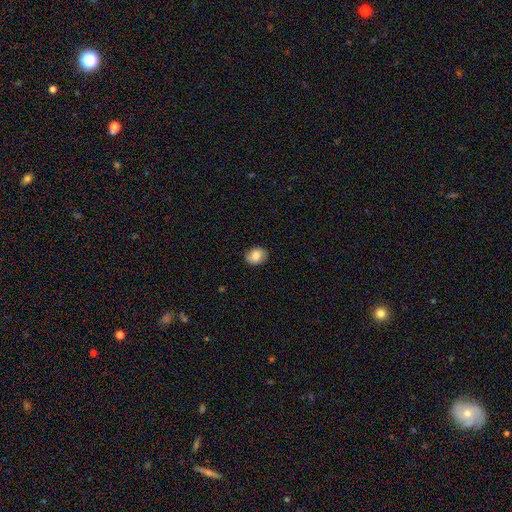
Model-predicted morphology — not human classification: type=smooth (86%); roundness=in between (62%); merging=none (88%).